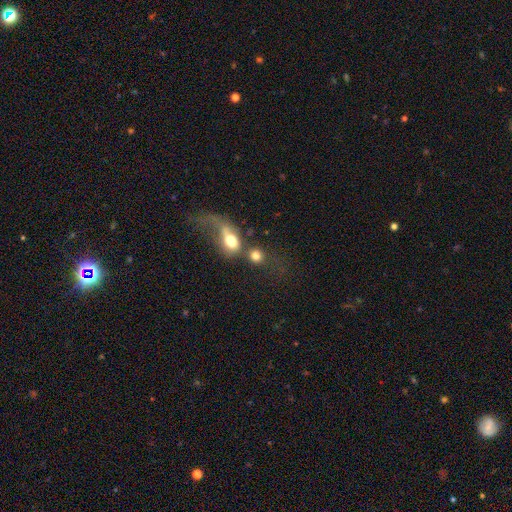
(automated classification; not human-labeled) smooth-or-featured: smooth: 73% | featured or disk: 15% | star or artifact: 11%
  how-rounded: round: 67% | in between: 30% | cigar-shaped: 3%
  merging: merger: 49% | none: 25% | major disturbance: 17% | minor disturbance: 9%